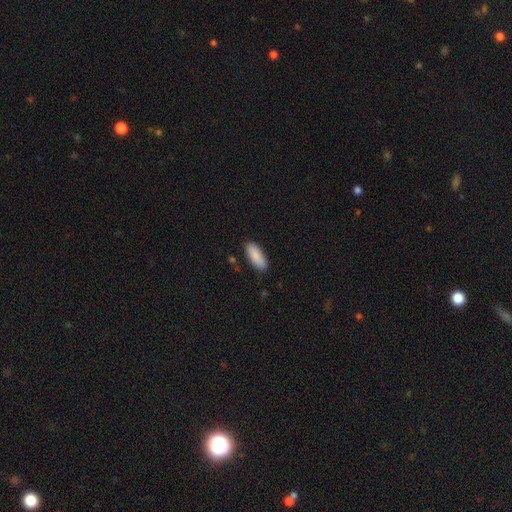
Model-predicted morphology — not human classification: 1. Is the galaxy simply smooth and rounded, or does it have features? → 88% smooth, 6% star or artifact, 6% featured or disk.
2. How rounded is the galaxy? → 77% in between, 21% cigar-shaped, 2% round.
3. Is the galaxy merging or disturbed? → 86% none, 11% minor disturbance, 2% major disturbance, 1% merger.